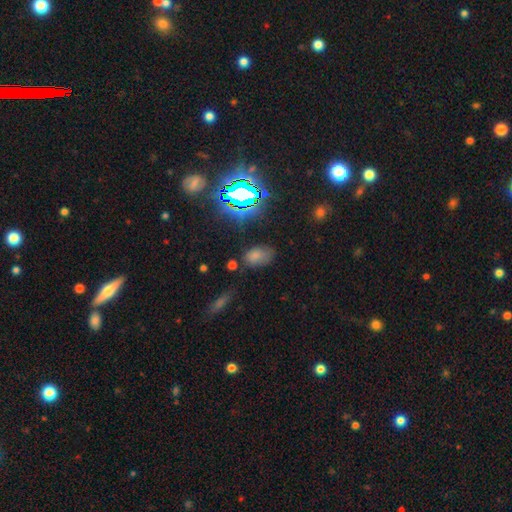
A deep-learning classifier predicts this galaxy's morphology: This appears to be a smooth galaxy with no disk features (66%) that is in between round and cigar-shaped (88%). Merging: none (62%).